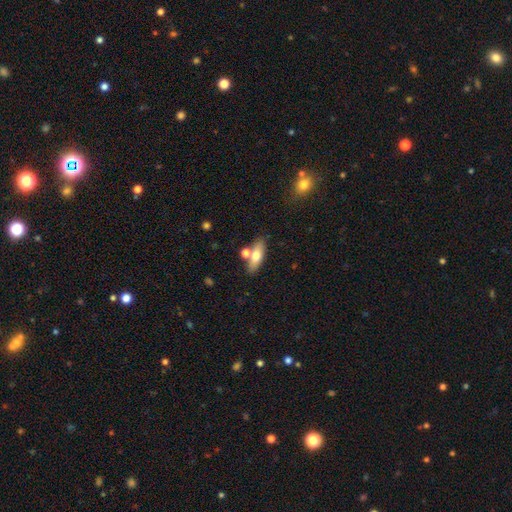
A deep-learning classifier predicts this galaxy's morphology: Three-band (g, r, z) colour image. It shows a smooth galaxy with no disk features (66%) that is in between round and cigar-shaped (61%). Merging: none (68%).